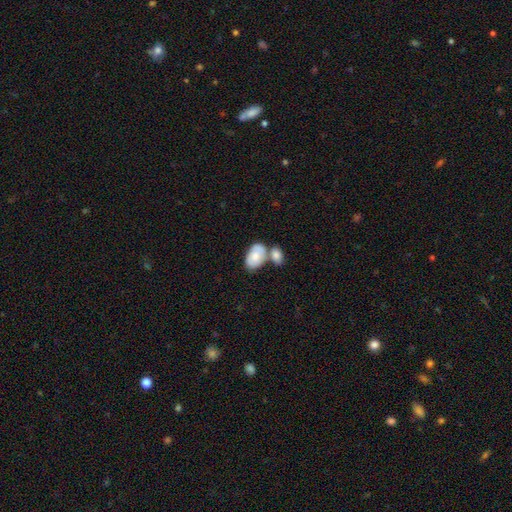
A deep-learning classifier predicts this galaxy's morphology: smooth-or-featured: smooth: 72% | featured or disk: 22% | star or artifact: 6%
  how-rounded: in between: 93% | round: 6% | cigar-shaped: 1%
  merging: merger: 49% | none: 32% | minor disturbance: 13% | major disturbance: 5%